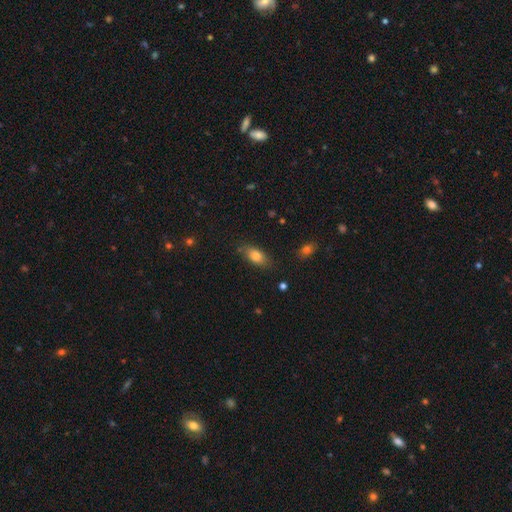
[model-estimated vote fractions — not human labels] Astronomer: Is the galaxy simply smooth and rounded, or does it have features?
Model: smooth — 80%.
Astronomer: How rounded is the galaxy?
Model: in between — 85%.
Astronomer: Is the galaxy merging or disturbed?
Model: none — 77%.